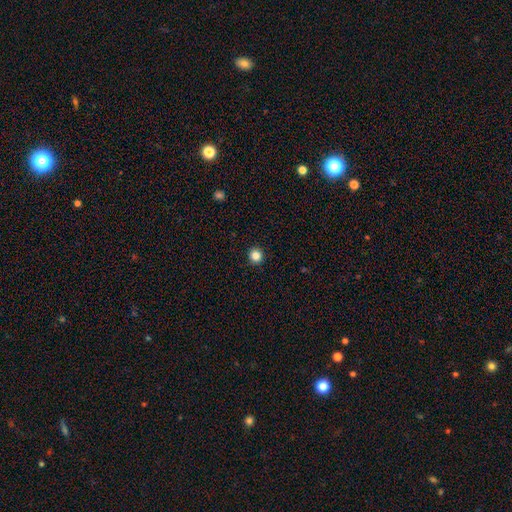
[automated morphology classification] A smooth galaxy with no disk features (84%) that is round (94%).

Vote fractions:
- Smooth or featured? smooth: 84% / star or artifact: 12% / featured or disk: 4%
- How rounded? round: 94% / in between: 5% / cigar-shaped: 1%
- Merging? none: 94% / minor disturbance: 4% / major disturbance: 1% / merger: 1%